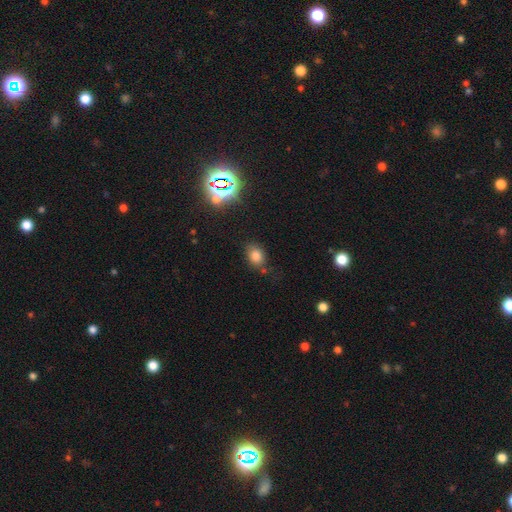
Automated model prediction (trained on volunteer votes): A smooth galaxy with no disk features (75%) that is in between round and cigar-shaped (63%). Merging: none (70%).